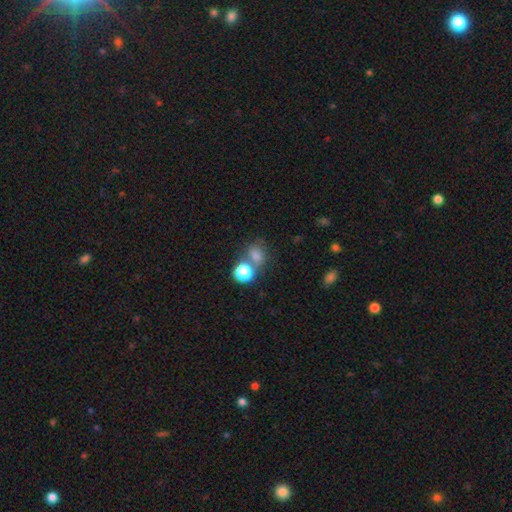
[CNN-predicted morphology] smooth_or_featured: smooth (p=0.74) [alt: star or artifact p=0.17]
how_rounded: round (p=0.59) [alt: in between p=0.39]
merging: none (p=0.49) [alt: merger p=0.33]